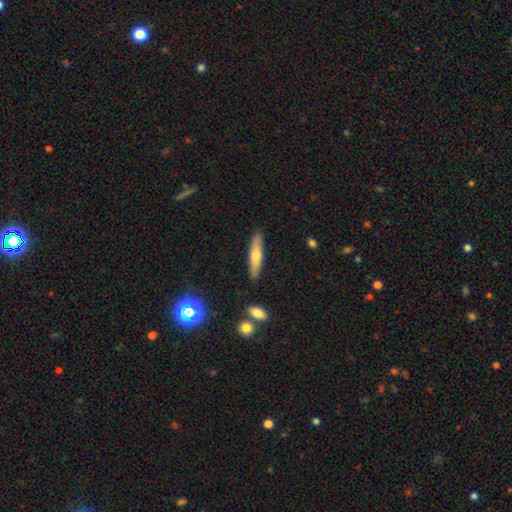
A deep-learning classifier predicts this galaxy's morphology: A smooth galaxy with no disk features (57%) that is cigar-shaped (84%). Merging: none (88%).